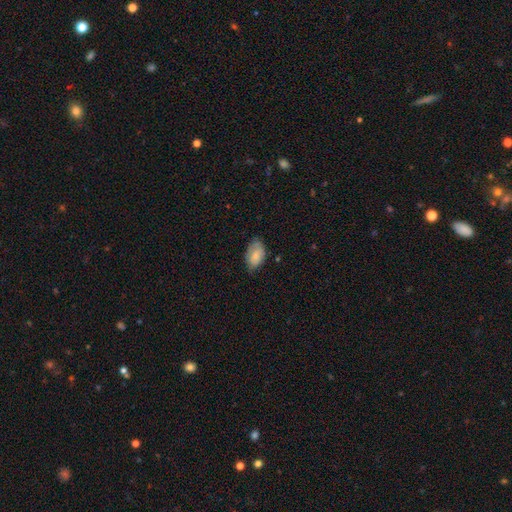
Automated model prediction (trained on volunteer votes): A smooth galaxy with no disk features (79%) that is in between round and cigar-shaped (92%). Merging: none (59%).